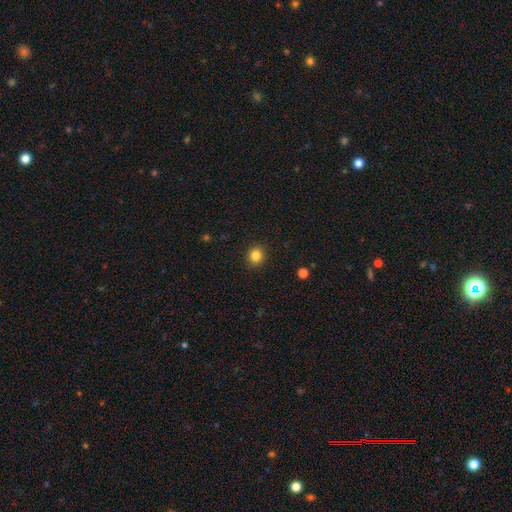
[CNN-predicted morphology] A smooth galaxy with no disk features (84%) that is round (80%).

Vote fractions:
- Smooth or featured? smooth: 84% / star or artifact: 12% / featured or disk: 4%
- How rounded? round: 80% / in between: 19% / cigar-shaped: 1%
- Merging? none: 91% / minor disturbance: 6% / major disturbance: 2% / merger: 1%